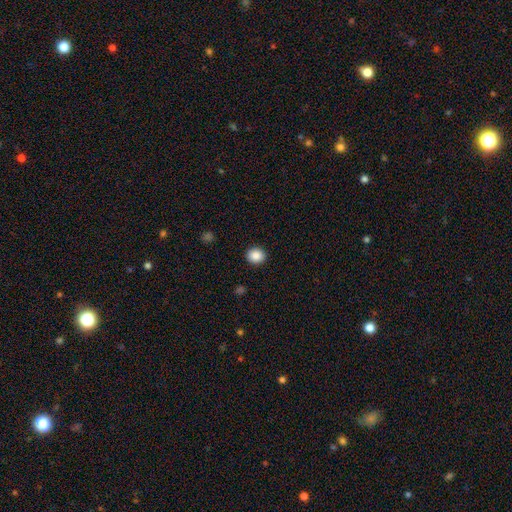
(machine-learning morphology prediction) smooth_or_featured: smooth (p=0.87) [alt: star or artifact p=0.09]
how_rounded: round (p=0.76) [alt: in between p=0.23]
merging: none (p=0.92) [alt: minor disturbance p=0.05]